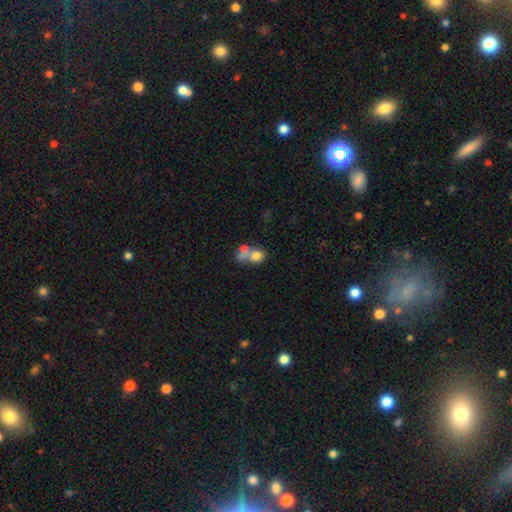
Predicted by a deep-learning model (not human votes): smooth-or-featured: smooth: 70% | featured or disk: 19% | star or artifact: 11%
  how-rounded: round: 57% | in between: 41% | cigar-shaped: 2%
  merging: merger: 64% | none: 22% | minor disturbance: 7% | major disturbance: 7%